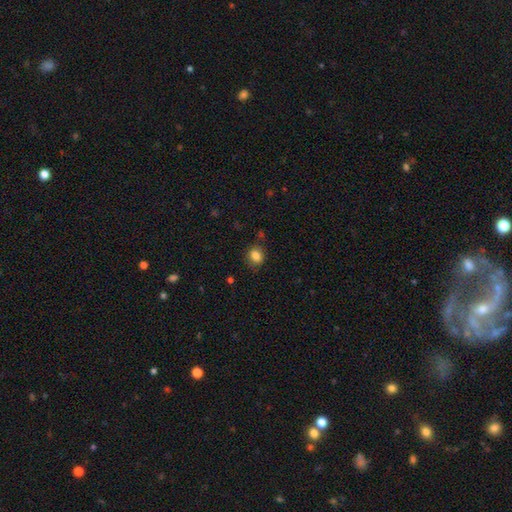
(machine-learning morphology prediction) type=smooth (84%); roundness=round (64%); merging=none (82%).